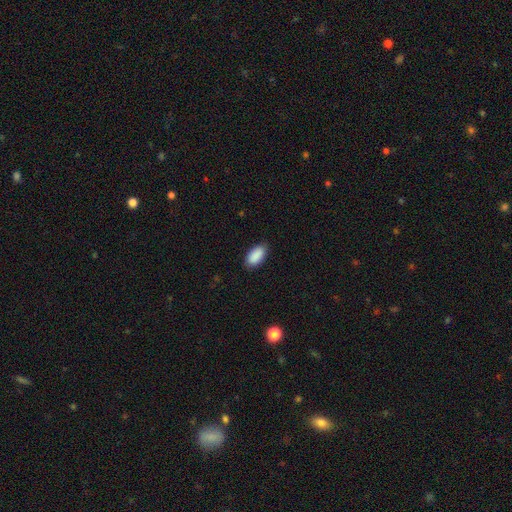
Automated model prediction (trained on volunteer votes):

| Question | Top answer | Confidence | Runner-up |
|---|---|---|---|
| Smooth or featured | smooth | 91% | star or artifact (6%) |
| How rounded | in between | 94% | cigar-shaped (4%) |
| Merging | none | 86% | minor disturbance (11%) |